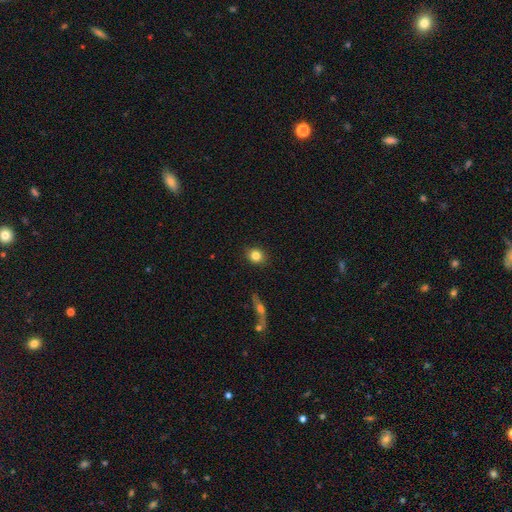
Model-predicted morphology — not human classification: Q: Smooth or featured?
A: smooth (83%); runner-up: star or artifact (9%)
Q: How rounded?
A: round (77%); runner-up: in between (22%)
Q: Merging?
A: none (89%); runner-up: minor disturbance (7%)